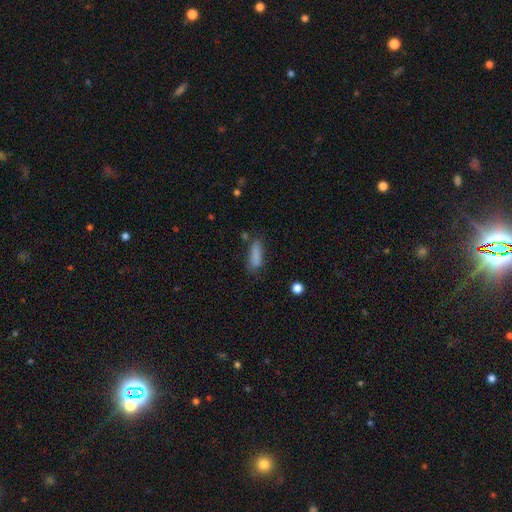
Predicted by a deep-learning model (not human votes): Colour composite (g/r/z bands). It shows a smooth galaxy with no disk features (83%) that is cigar-shaped (50%). Merging: none (65%).